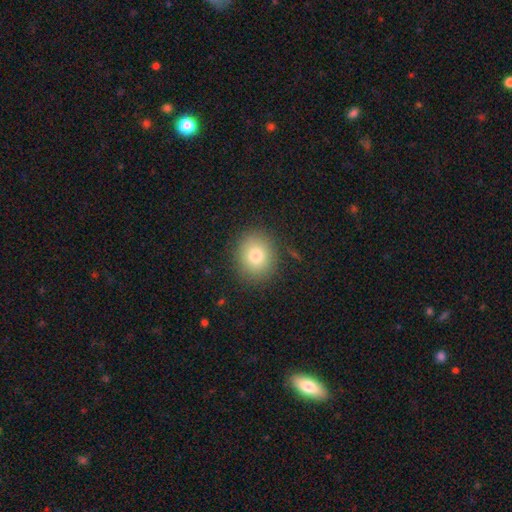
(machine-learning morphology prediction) This is likely a smooth galaxy (79%). How rounded: likely round (73%). Merging: clearly none (88%).